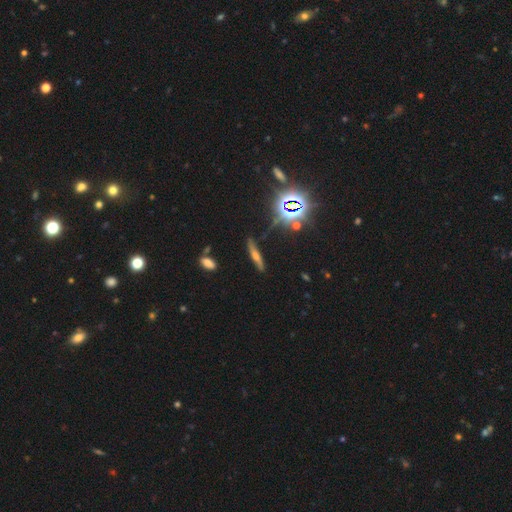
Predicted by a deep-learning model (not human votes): Smooth or featured: featured or disk — 36% (star or artifact — 33%)
Merging: none — 77% (minor disturbance — 15%)